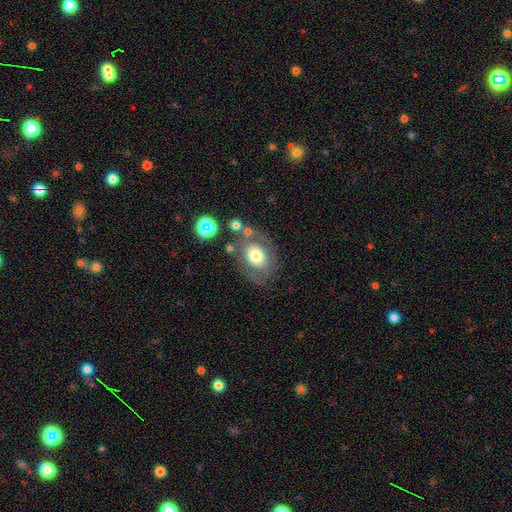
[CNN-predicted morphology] smooth-or-featured: smooth: 60% | featured or disk: 30% | star or artifact: 10%
  how-rounded: in between: 58% | round: 41% | cigar-shaped: 1%
  merging: none: 67% | minor disturbance: 15% | major disturbance: 9% | merger: 8%